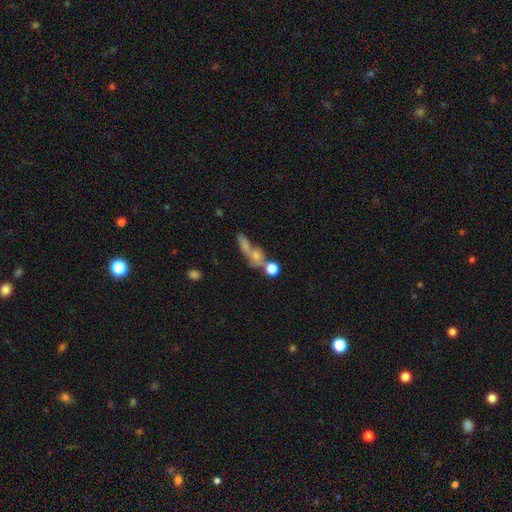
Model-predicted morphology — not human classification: Smooth or featured?
  - smooth: 57% *
  - featured or disk: 25%
  - star or artifact: 18%
How rounded?
  - round: 44% *
  - in between: 33%
  - cigar-shaped: 23%
Merging?
  - merger: 38% *
  - none: 36%
  - major disturbance: 13%
  - minor disturbance: 12%